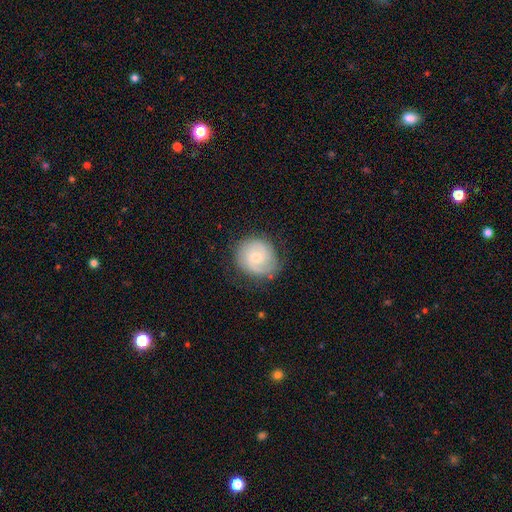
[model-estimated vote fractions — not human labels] smooth_or_featured: featured or disk (p=0.67) [alt: smooth p=0.27]
disk_edge_on: no (p=0.98) [alt: yes p=0.02]
bar: no (p=0.64) [alt: weak p=0.32]
has_spiral_arms: yes (p=0.91) [alt: no p=0.09]
spiral_winding: tight (p=0.49) [alt: medium p=0.39]
spiral_arm_count: 2 (p=0.67) [alt: can't tell p=0.16]
bulge_size: small (p=0.52) [alt: moderate p=0.44]
merging: none (p=0.76) [alt: minor disturbance p=0.17]